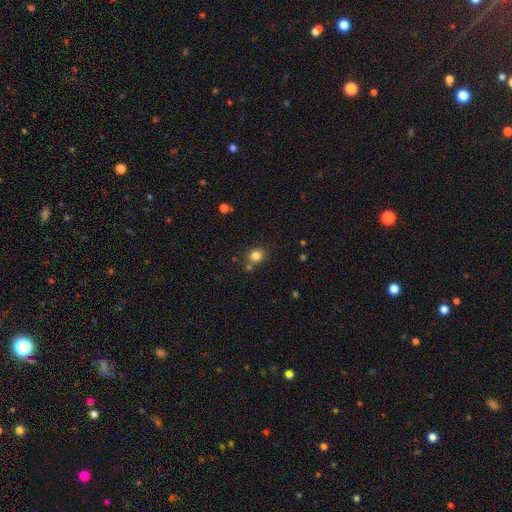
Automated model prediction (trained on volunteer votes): smooth 81%, star or artifact 12%, featured or disk 6%. Down the decision tree: how rounded — round (78%); merging — none (74%).